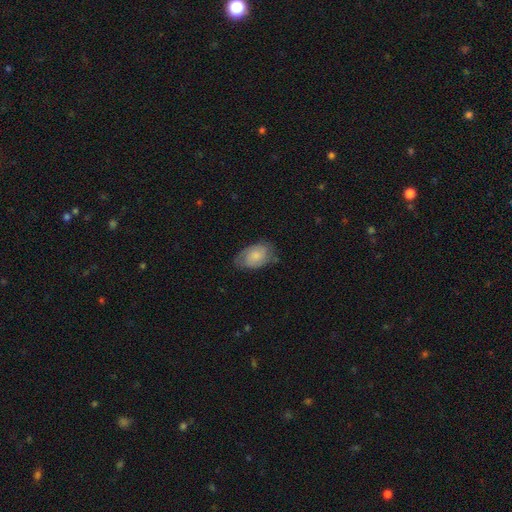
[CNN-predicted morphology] Smooth or featured: smooth — 47% (featured or disk — 46%)
Merging: none — 65% (minor disturbance — 26%)